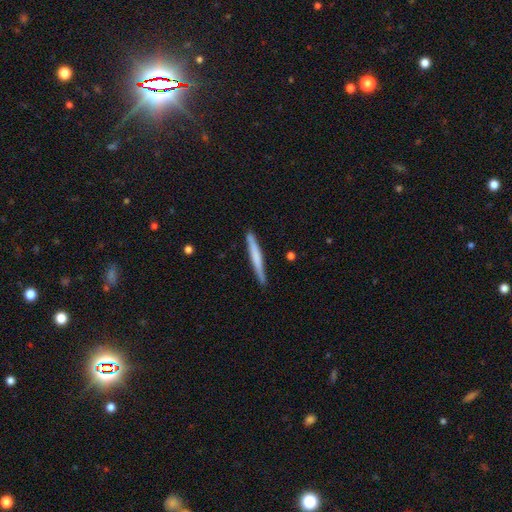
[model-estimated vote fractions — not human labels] This is possibly a smooth galaxy (57%). How rounded: clearly cigar-shaped (96%). Merging: clearly none (86%).